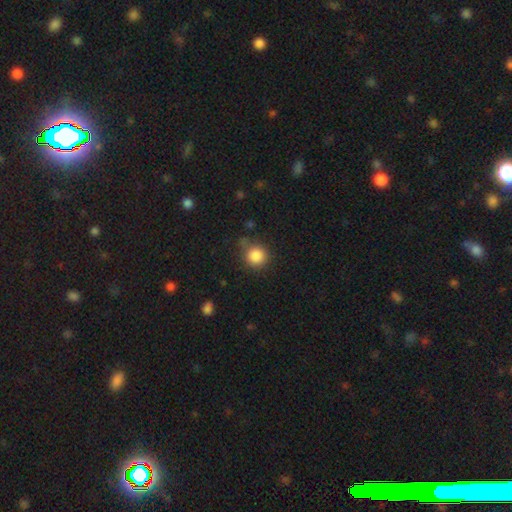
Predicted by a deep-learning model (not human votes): This is clearly a smooth galaxy (85%). How rounded: clearly round (91%). Merging: likely none (75%).